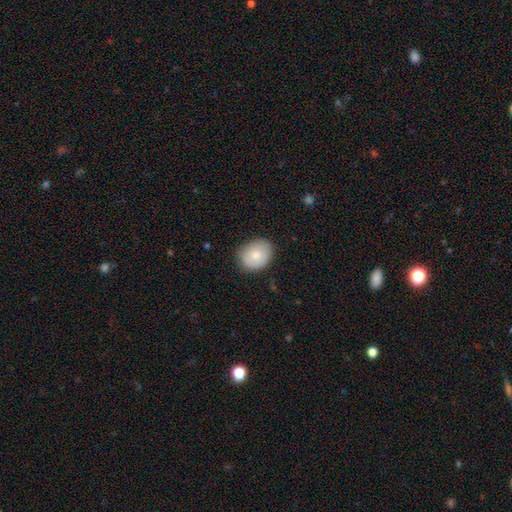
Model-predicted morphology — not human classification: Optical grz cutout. It shows a smooth galaxy with no disk features (80%) that is round (51%). Merging: none (81%).